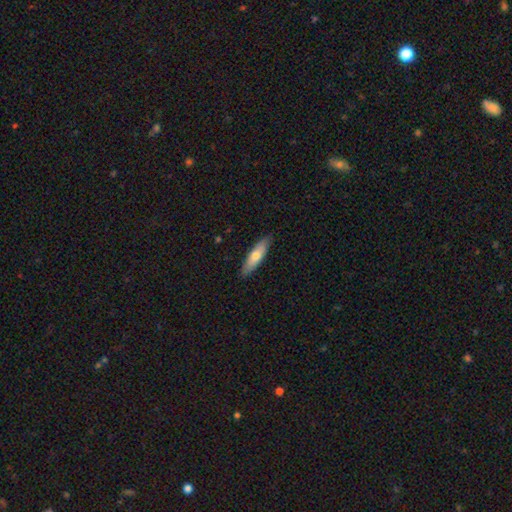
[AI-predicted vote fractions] Q: Smooth or featured?
A: smooth (65%); runner-up: featured or disk (29%)
Q: How rounded?
A: cigar-shaped (68%); runner-up: in between (31%)
Q: Merging?
A: none (88%); runner-up: minor disturbance (9%)